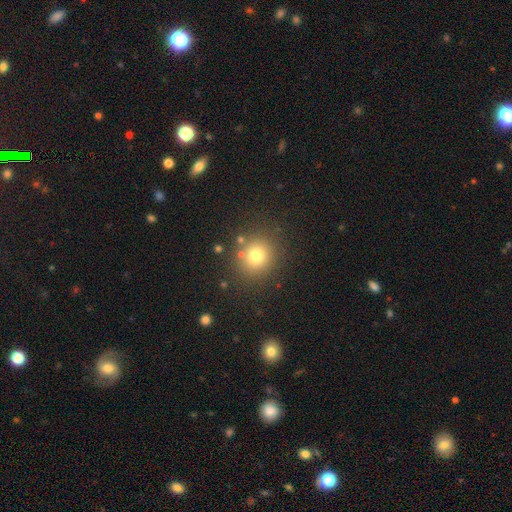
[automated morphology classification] This appears to be a smooth galaxy with no disk features (75%) that is round (87%). Merging: none (84%).